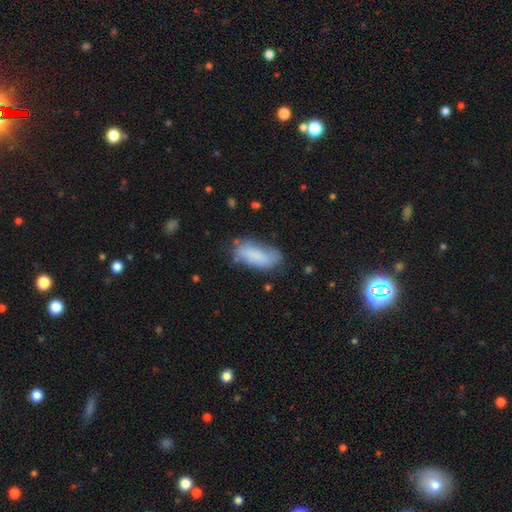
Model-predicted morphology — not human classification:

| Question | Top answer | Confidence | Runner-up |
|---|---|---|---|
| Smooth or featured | smooth | 80% | featured or disk (13%) |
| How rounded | in between | 84% | cigar-shaped (14%) |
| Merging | none | 56% | minor disturbance (29%) |